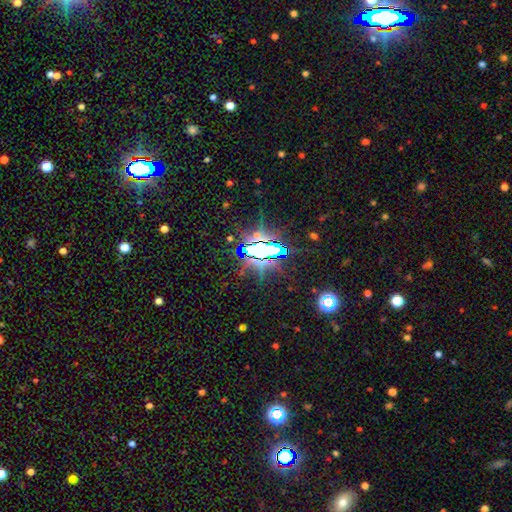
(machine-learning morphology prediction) Smooth or featured: star or artifact — 79% (smooth — 11%)